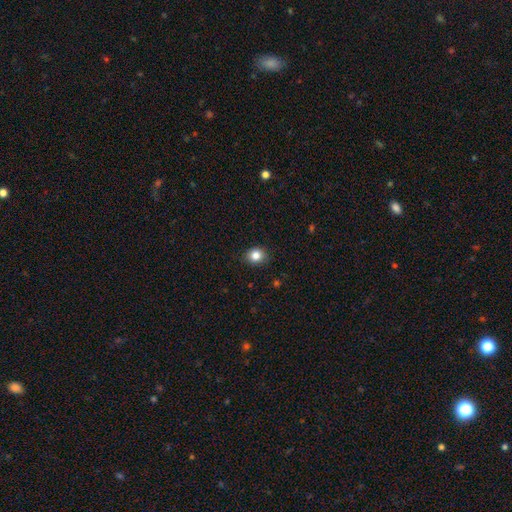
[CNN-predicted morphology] A smooth galaxy with no disk features (83%) that is round (66%).

Vote fractions:
- Smooth or featured? smooth: 83% / star or artifact: 11% / featured or disk: 6%
- How rounded? round: 66% / in between: 33% / cigar-shaped: 1%
- Merging? none: 87% / minor disturbance: 10% / major disturbance: 2% / merger: 1%